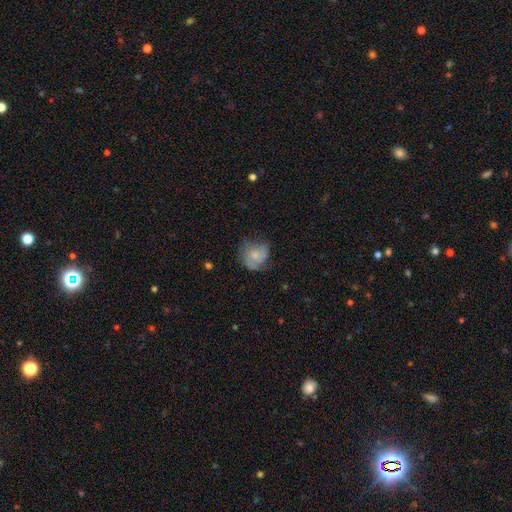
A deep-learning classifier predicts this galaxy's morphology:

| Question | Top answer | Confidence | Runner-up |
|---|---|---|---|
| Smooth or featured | smooth | 64% | featured or disk (28%) |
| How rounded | round | 75% | in between (24%) |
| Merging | none | 49% | minor disturbance (32%) |